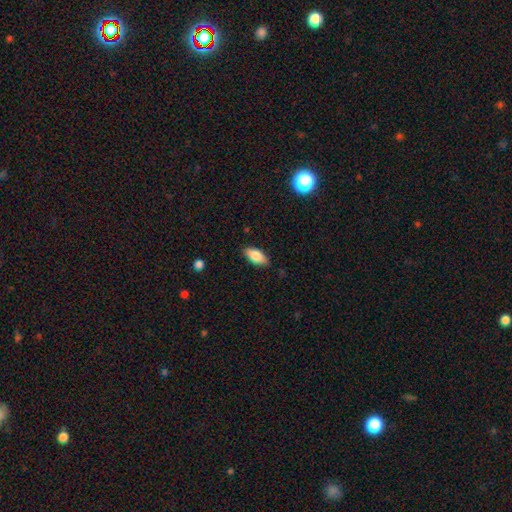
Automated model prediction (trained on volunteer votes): Smooth or featured?
  - smooth: 81% *
  - featured or disk: 12%
  - star or artifact: 7%
How rounded?
  - in between: 89% *
  - cigar-shaped: 9%
  - round: 3%
Merging?
  - none: 86% *
  - minor disturbance: 11%
  - major disturbance: 2%
  - merger: 1%